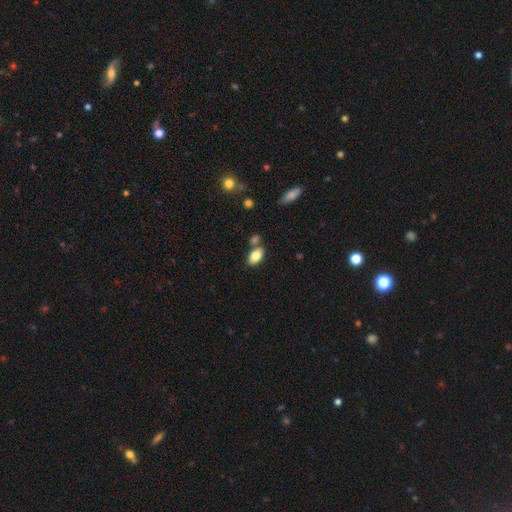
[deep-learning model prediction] Smooth or featured?
  - smooth: 82% *
  - featured or disk: 10%
  - star or artifact: 7%
How rounded?
  - in between: 92% *
  - round: 6%
  - cigar-shaped: 2%
Merging?
  - none: 64% *
  - merger: 19%
  - minor disturbance: 13%
  - major disturbance: 3%